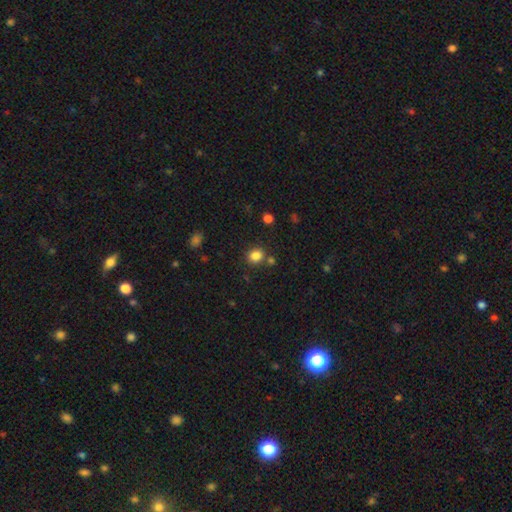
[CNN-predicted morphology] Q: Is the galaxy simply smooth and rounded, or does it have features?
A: smooth — 83%.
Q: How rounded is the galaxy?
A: round — 66%.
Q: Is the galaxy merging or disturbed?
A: none — 78%.